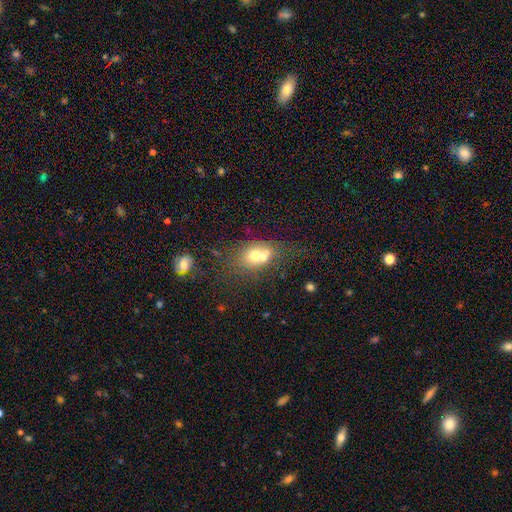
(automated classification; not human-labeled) This appears to be a smooth galaxy with no disk features (60%) that is in between round and cigar-shaped (55%). Merging: merger (50%).